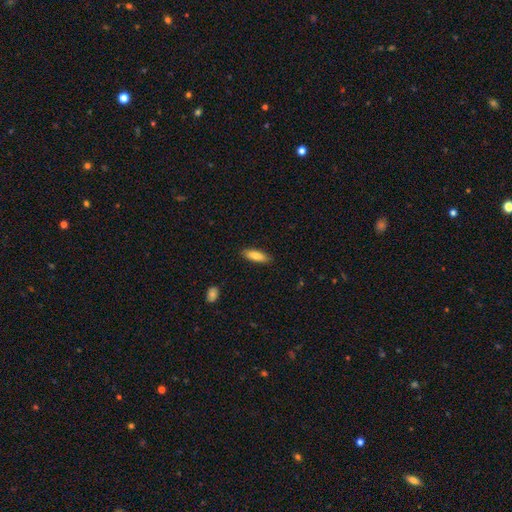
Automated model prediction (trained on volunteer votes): Smooth or featured? smooth (83%)
How rounded? in between (53%)
Merging? none (87%)